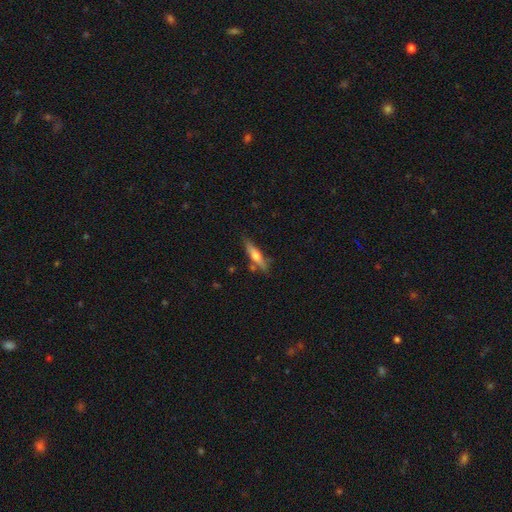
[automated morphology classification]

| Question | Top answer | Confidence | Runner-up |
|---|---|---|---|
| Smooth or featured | smooth | 50% | featured or disk (44%) |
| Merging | none | 76% | minor disturbance (14%) |